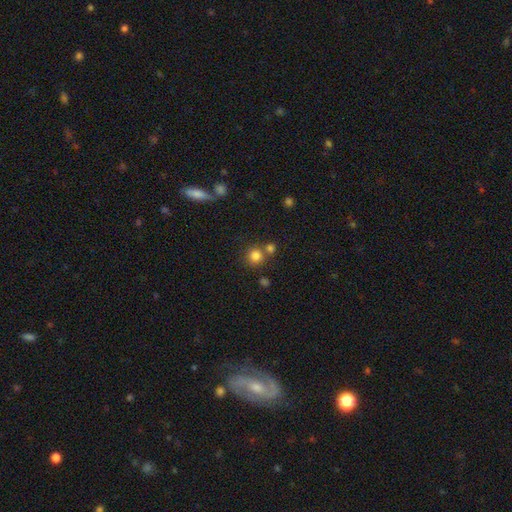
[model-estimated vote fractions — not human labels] Morphology: type=smooth (81%); roundness=round (91%); merging=none (65%).